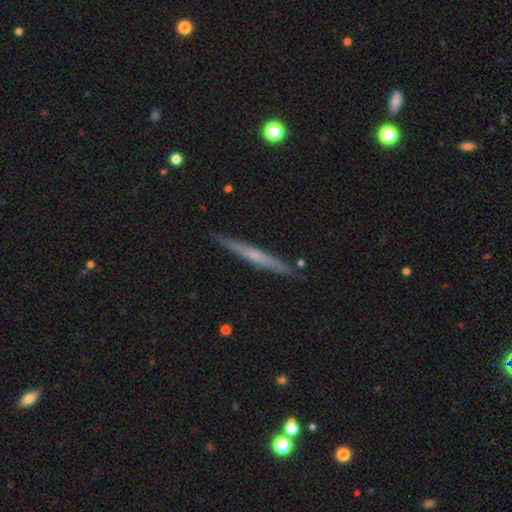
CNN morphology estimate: featured or disk 53%, smooth 41%, star or artifact 6%. Down the decision tree: edge-on disk — yes (97%); edge-on bulge — none (68%); merging — none (90%).